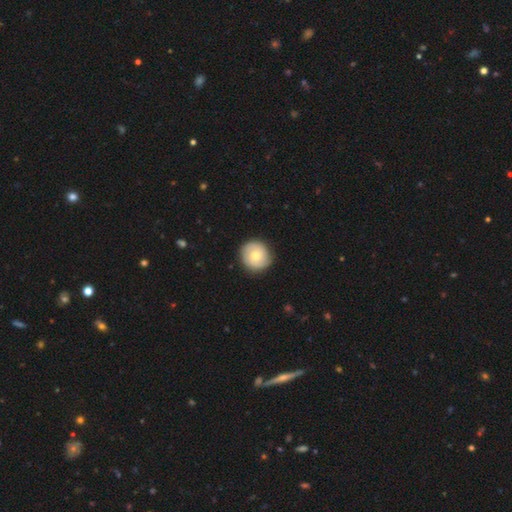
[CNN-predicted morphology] This appears to be a smooth galaxy with no disk features (51%) that is round (93%). Merging: none (87%).